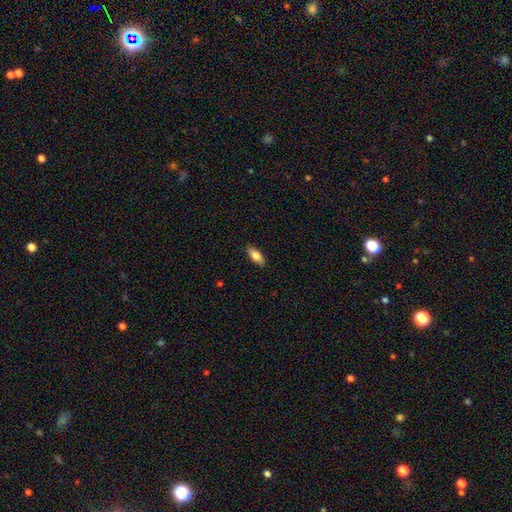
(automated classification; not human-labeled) The model was most divided on "smooth or featured": smooth: 79%, featured or disk: 14%, star or artifact: 6%. More confident: merging — none (89%); how rounded — in between (82%).